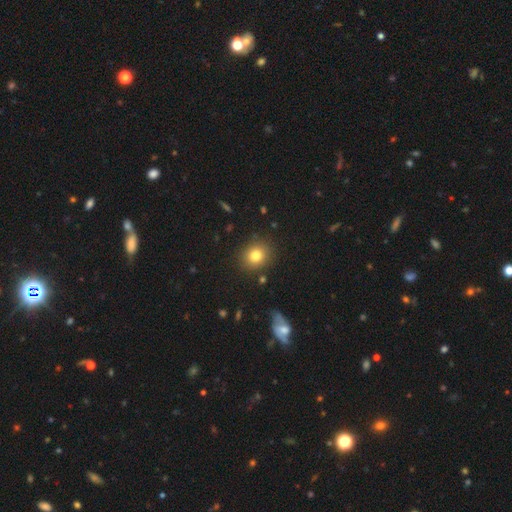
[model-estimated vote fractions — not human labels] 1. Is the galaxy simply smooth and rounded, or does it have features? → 80% smooth, 12% star or artifact, 8% featured or disk.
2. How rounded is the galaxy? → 75% round, 25% in between, 1% cigar-shaped.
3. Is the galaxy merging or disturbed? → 87% none, 8% minor disturbance, 3% major disturbance, 2% merger.